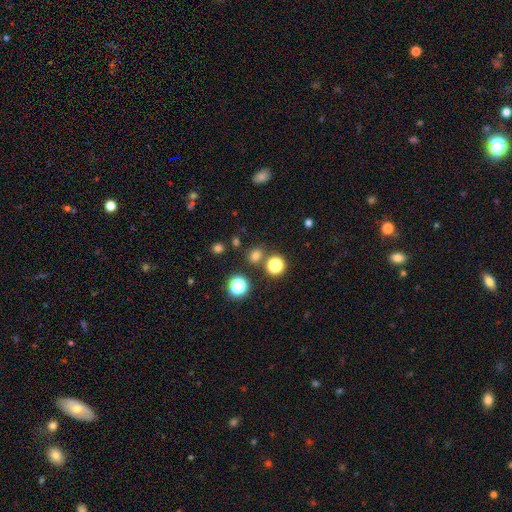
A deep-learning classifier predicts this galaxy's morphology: Q: Smooth or featured?
A: smooth (70%); runner-up: star or artifact (24%)
Q: How rounded?
A: round (74%); runner-up: in between (25%)
Q: Merging?
A: none (79%); runner-up: merger (10%)